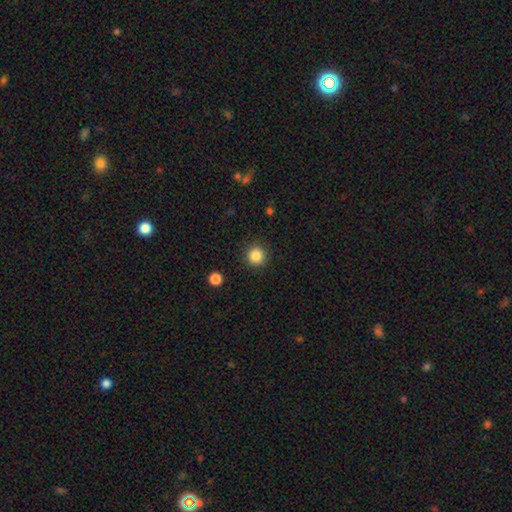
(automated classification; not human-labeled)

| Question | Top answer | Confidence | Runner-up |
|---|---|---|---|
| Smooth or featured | smooth | 85% | star or artifact (11%) |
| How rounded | round | 95% | in between (4%) |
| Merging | none | 91% | minor disturbance (6%) |